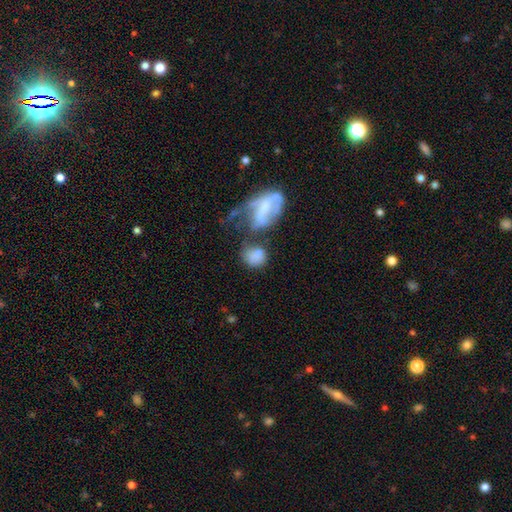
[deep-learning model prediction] This appears to be a smooth galaxy with no disk features (72%) that is round (60%). Merging: none (36%).